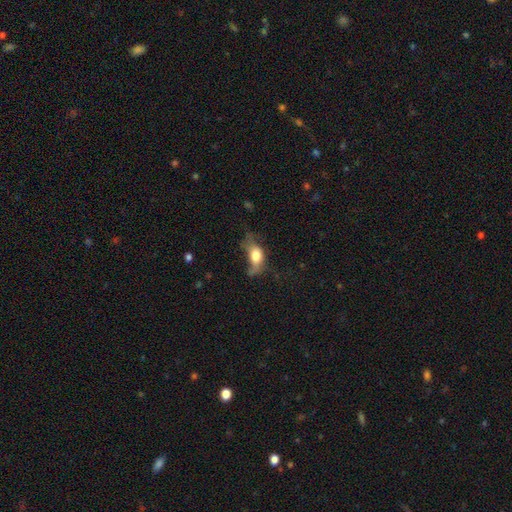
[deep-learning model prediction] smooth_or_featured: smooth (p=0.66) [alt: featured or disk p=0.25]
how_rounded: in between (p=0.79) [alt: round p=0.14]
merging: major disturbance (p=0.42) [alt: minor disturbance p=0.28]